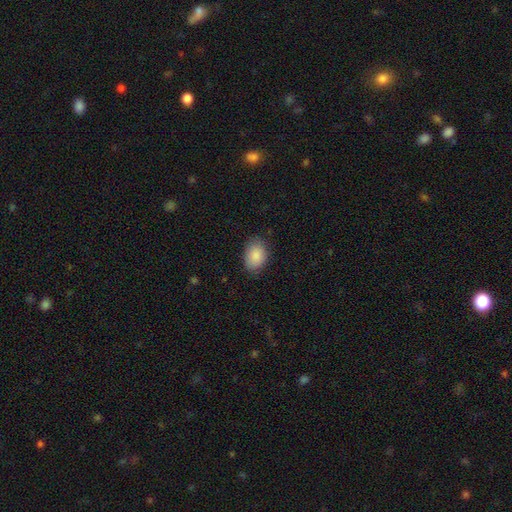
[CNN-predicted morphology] Q: Smooth or featured?
A: smooth (89%); runner-up: star or artifact (7%)
Q: How rounded?
A: in between (81%); runner-up: round (18%)
Q: Merging?
A: none (81%); runner-up: minor disturbance (15%)